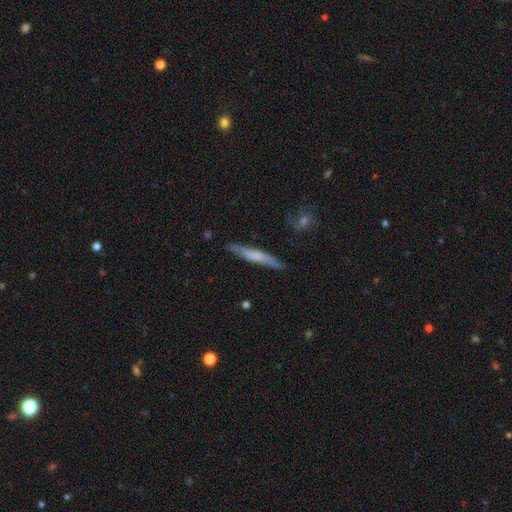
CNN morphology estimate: smooth_or_featured: smooth (p=0.50) [alt: featured or disk p=0.44]
how_rounded: cigar-shaped (p=0.93) [alt: in between p=0.05]
merging: none (p=0.83) [alt: minor disturbance p=0.13]